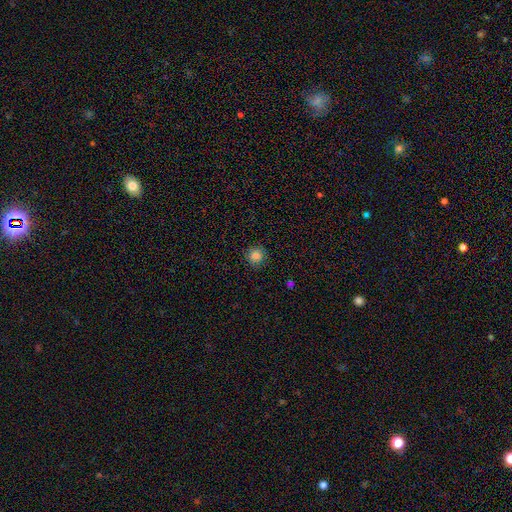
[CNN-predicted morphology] Smooth or featured?
  - smooth: 82% *
  - star or artifact: 12%
  - featured or disk: 6%
How rounded?
  - round: 93% *
  - in between: 6%
  - cigar-shaped: 1%
Merging?
  - none: 89% *
  - minor disturbance: 8%
  - major disturbance: 2%
  - merger: 1%